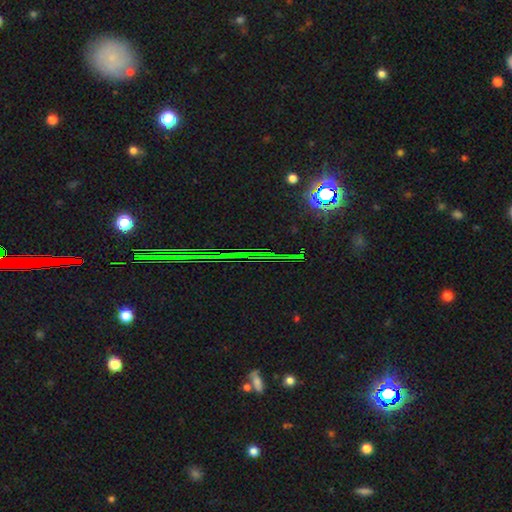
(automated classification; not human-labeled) A star or artifact, not a galaxy (74%).

Vote fractions:
- Smooth or featured? star or artifact: 74% / featured or disk: 14% / smooth: 12%